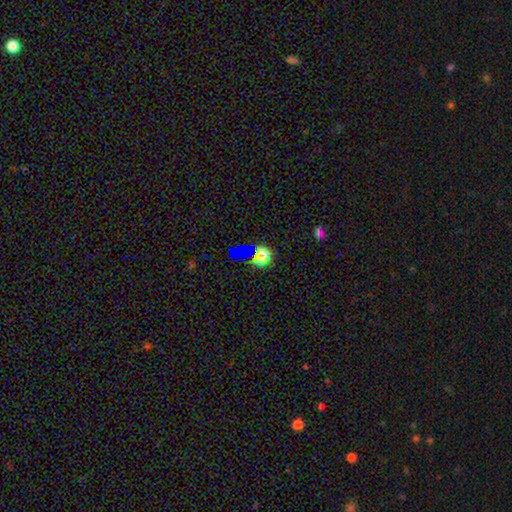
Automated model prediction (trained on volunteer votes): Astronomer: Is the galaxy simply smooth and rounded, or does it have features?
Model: star or artifact — 47% (runner-up: smooth, 41%).